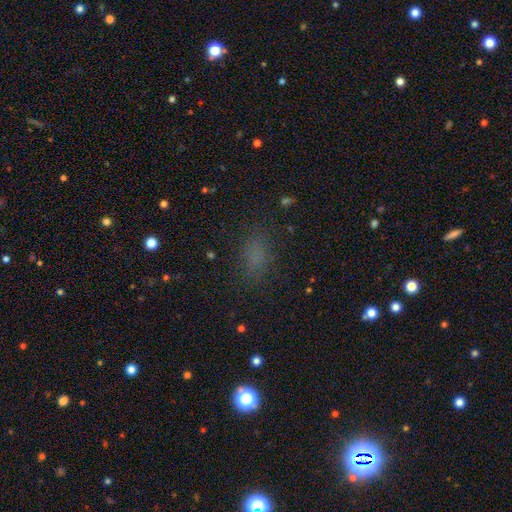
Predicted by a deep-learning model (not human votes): Smooth or featured? smooth (71%)
How rounded? in between (79%)
Merging? none (80%)